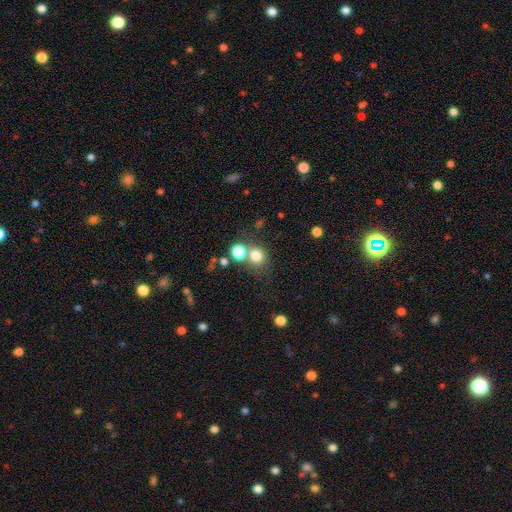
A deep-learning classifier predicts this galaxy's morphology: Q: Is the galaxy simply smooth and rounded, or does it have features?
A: smooth — 75%.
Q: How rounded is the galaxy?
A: round — 85%.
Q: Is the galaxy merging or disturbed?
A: none — 60%.